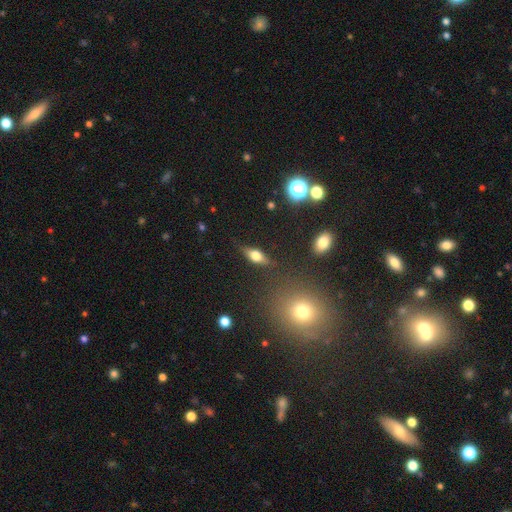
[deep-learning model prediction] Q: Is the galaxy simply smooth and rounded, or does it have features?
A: smooth — 52%.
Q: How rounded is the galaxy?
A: in between — 66%.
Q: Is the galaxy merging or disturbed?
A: none — 81%.